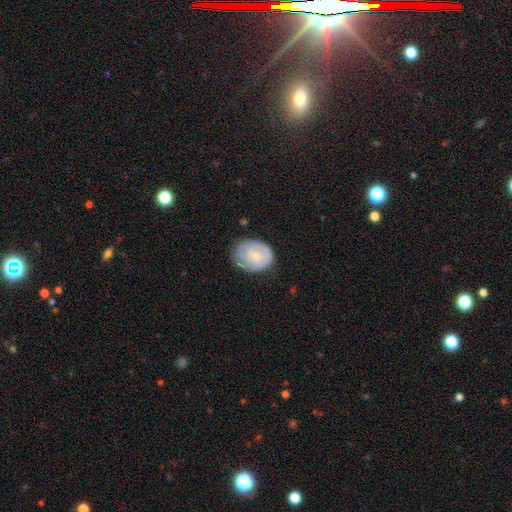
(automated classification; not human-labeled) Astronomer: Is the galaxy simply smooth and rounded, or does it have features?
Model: smooth — 52% (runner-up: featured or disk, 41%).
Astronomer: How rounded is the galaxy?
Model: in between — 56% (runner-up: round, 43%).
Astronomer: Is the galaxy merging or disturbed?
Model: none — 67%.